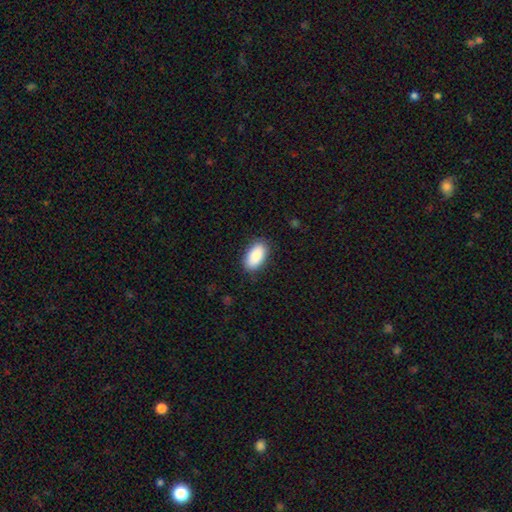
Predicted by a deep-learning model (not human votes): smooth 90%, star or artifact 6%, featured or disk 5%. Down the decision tree: how rounded — in between (94%); merging — none (86%).